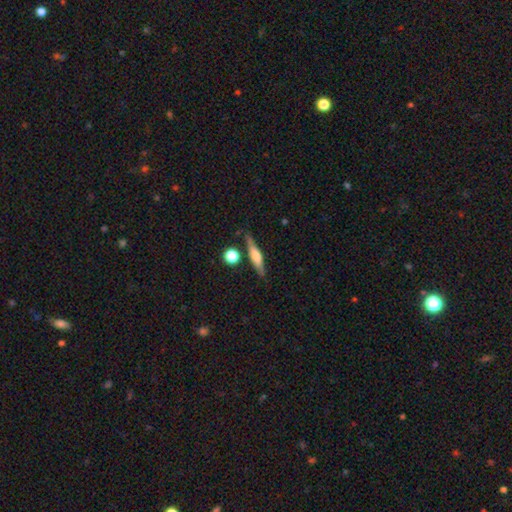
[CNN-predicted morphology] smooth_or_featured: featured or disk (p=0.49) [alt: smooth p=0.43]
merging: none (p=0.77) [alt: minor disturbance p=0.14]